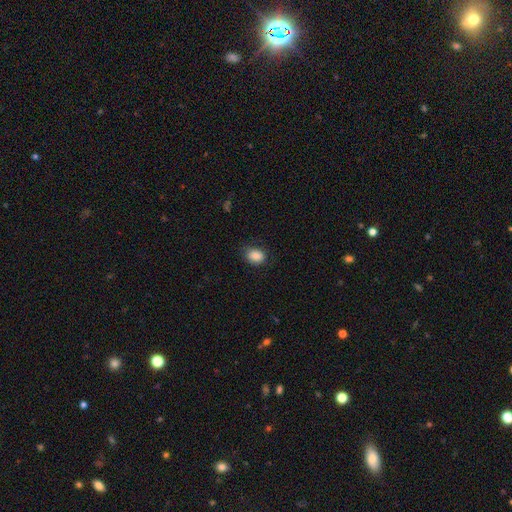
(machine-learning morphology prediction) Overall: smooth (87%). How rounded: in between (65%; round 34%). Merging: none (75%).